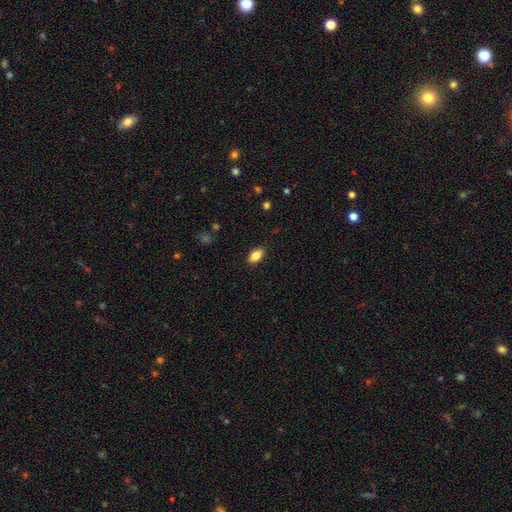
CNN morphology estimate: Smooth or featured? smooth (84%)
How rounded? in between (91%)
Merging? none (88%)